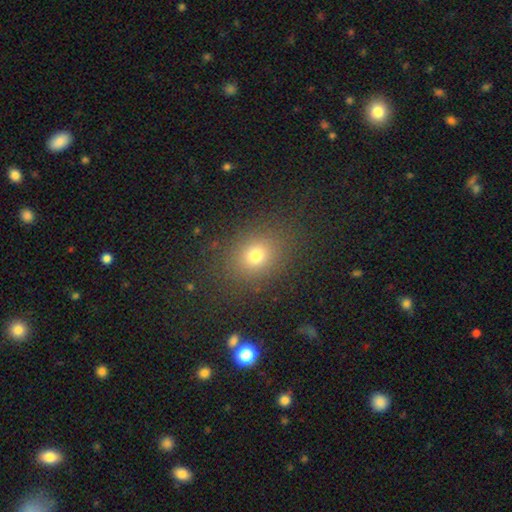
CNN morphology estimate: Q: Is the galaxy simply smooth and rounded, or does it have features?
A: smooth — 74%.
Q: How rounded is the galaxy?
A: round — 57%.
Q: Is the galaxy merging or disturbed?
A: none — 85%.